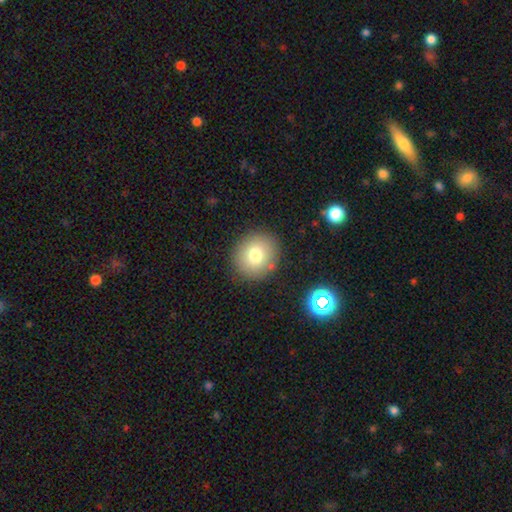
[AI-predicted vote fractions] Morphology: type=smooth (76%); roundness=round (85%); merging=none (88%).